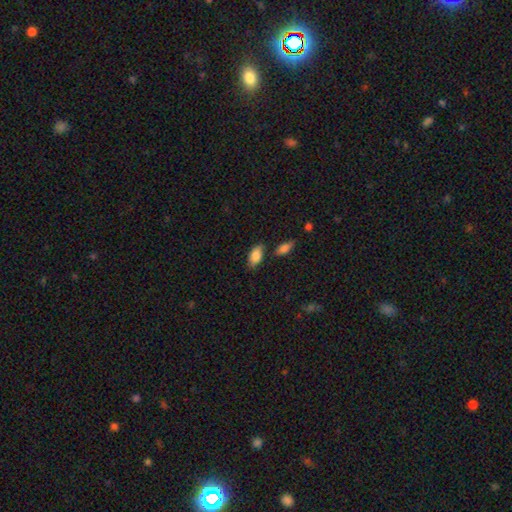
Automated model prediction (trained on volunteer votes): Smooth or featured? Predicted: smooth (p=0.84). How rounded? Predicted: in between (p=0.92). Merging? Predicted: none (p=0.74).